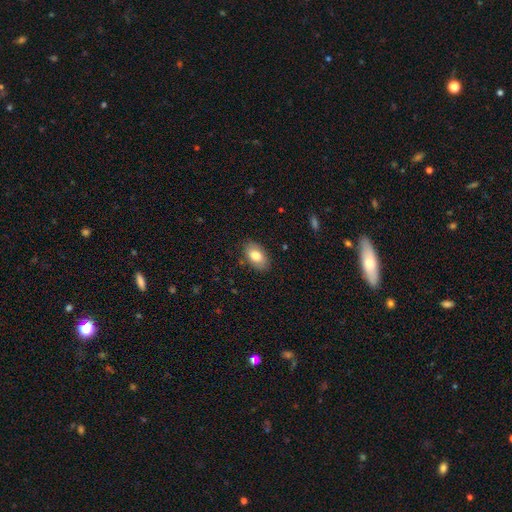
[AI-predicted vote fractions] smooth 80%, featured or disk 13%, star or artifact 7%. Down the decision tree: how rounded — in between (92%); merging — none (85%).